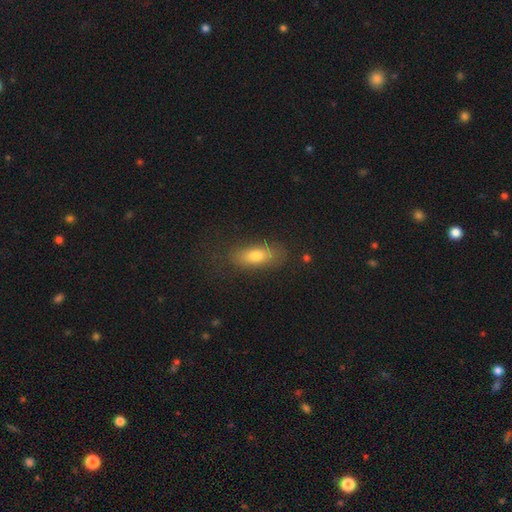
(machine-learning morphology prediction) type=smooth (71%); roundness=in between (73%); merging=none (76%).